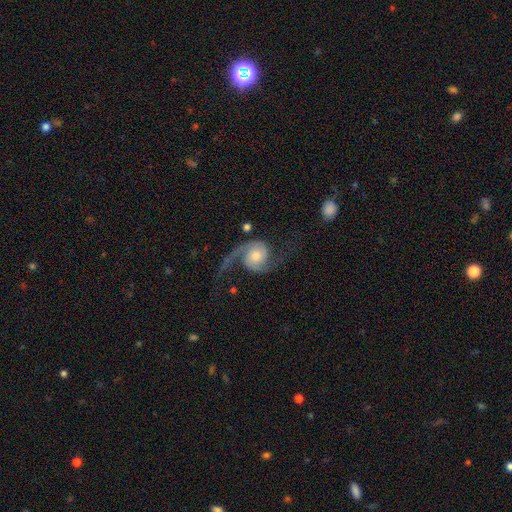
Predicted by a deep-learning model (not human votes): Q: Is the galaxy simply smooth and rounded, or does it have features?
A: featured or disk — 87%.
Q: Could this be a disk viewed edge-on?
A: no — 98%.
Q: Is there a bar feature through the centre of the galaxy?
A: no — 72%.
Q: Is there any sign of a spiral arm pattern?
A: yes — 97%.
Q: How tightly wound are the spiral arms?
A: loose — 64%.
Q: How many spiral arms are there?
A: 2 — 89%.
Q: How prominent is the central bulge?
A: moderate — 46%.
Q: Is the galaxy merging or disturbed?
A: none — 60%.